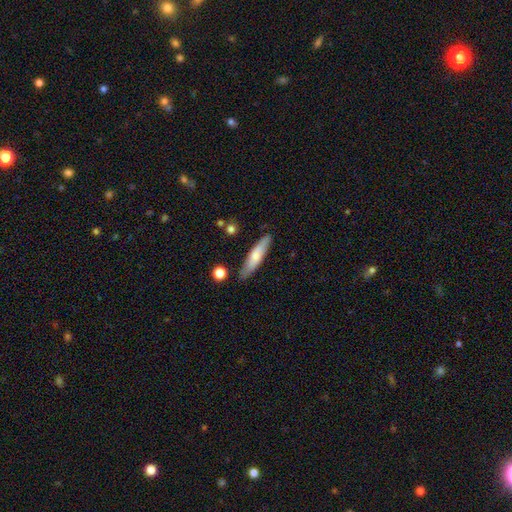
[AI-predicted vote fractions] smooth-or-featured: smooth: 63% | featured or disk: 31% | star or artifact: 6%
  how-rounded: cigar-shaped: 80% | in between: 19% | round: 2%
  merging: none: 83% | minor disturbance: 12% | major disturbance: 2% | merger: 2%